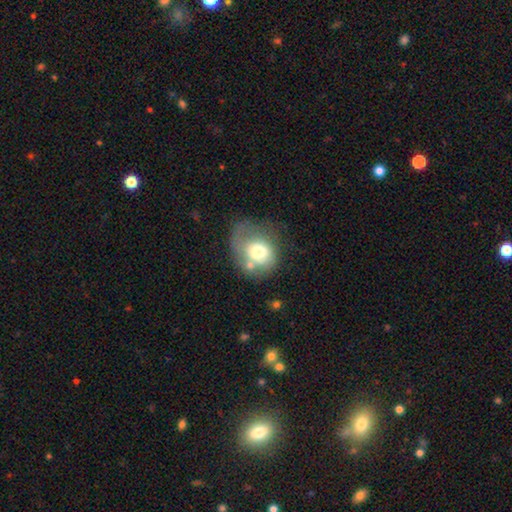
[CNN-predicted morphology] Overall: smooth (60%; featured or disk 32%). How rounded: round (58%; in between 41%). Merging: none (33%; minor disturbance 27%).